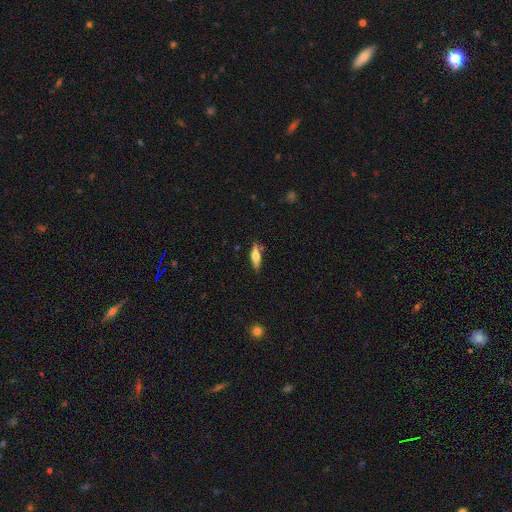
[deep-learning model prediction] smooth_or_featured: smooth (p=0.55) [alt: featured or disk p=0.39]
how_rounded: cigar-shaped (p=0.60) [alt: in between p=0.38]
merging: none (p=0.80) [alt: minor disturbance p=0.14]